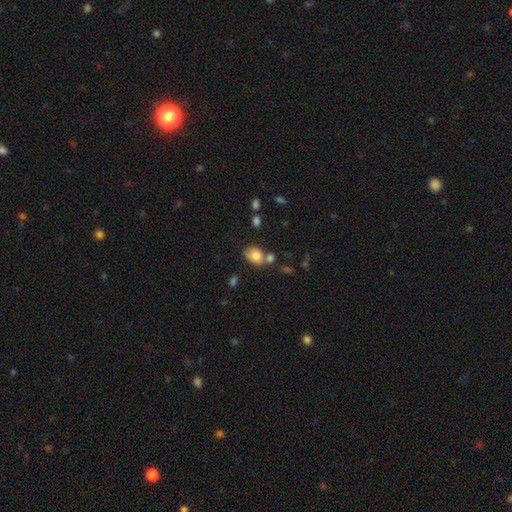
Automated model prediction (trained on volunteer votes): The model was most divided on "merging": none: 45%, merger: 27%, minor disturbance: 20%, major disturbance: 8%. More confident: smooth or featured — smooth (79%); how rounded — in between (66%).